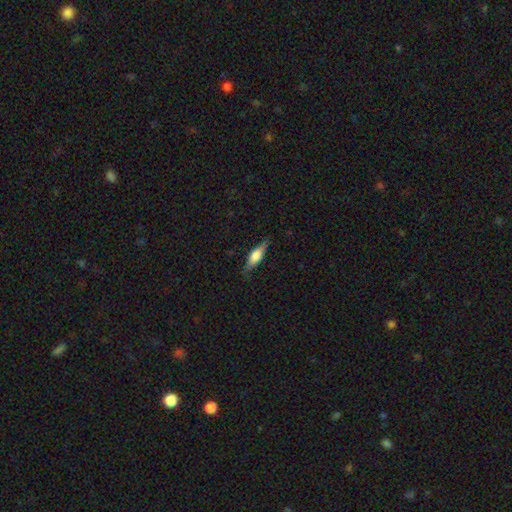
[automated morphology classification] This is possibly a smooth galaxy (57%). How rounded: possibly in between (52%). Merging: likely none (77%).